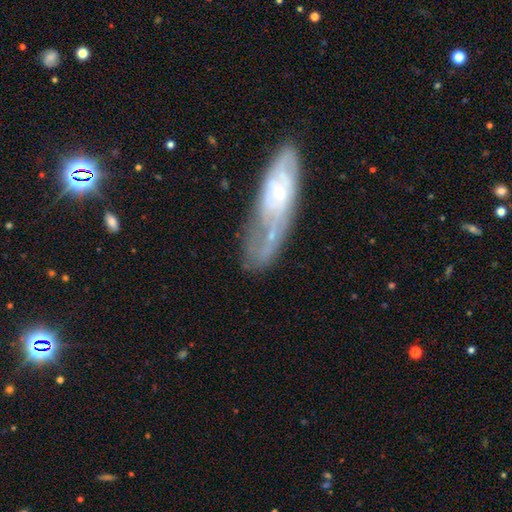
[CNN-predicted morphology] featured or disk 60%, smooth 29%, star or artifact 11%. Down the decision tree: edge-on disk — no (78%); merging — none (51%).